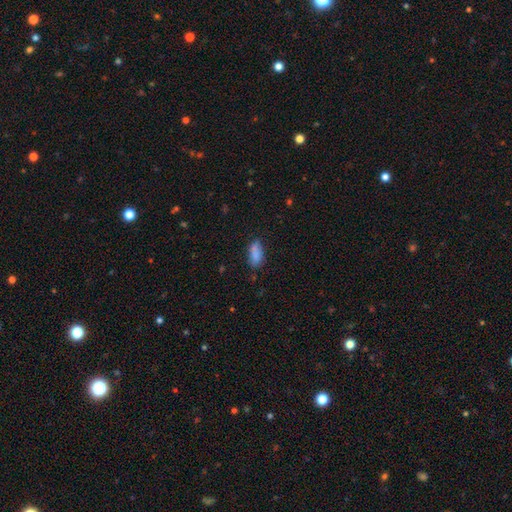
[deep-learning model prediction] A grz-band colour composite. It shows a smooth galaxy with no disk features (83%) that is in between round and cigar-shaped (85%). Merging: none (67%).